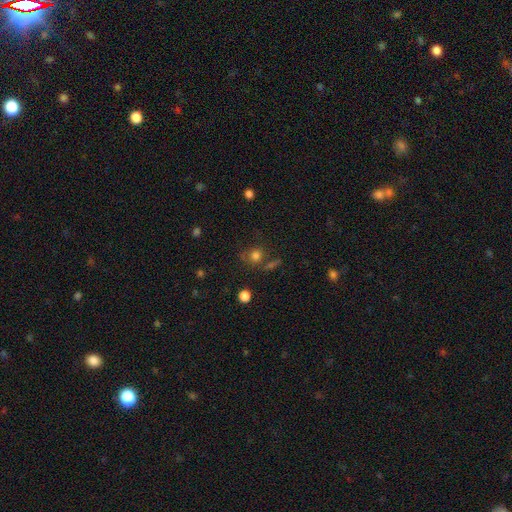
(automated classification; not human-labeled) Smooth or featured? Predicted: smooth (p=0.74). How rounded? Predicted: round (p=0.84). Merging? Predicted: none (p=0.64).